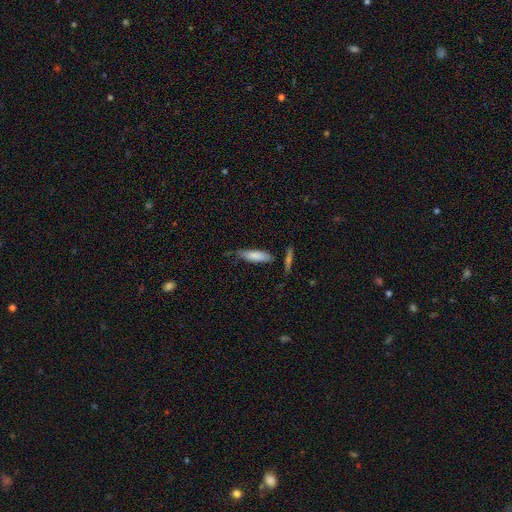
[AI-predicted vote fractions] Overall: smooth (79%). How rounded: cigar-shaped (61%; in between 37%). Merging: none (61%; minor disturbance 26%).